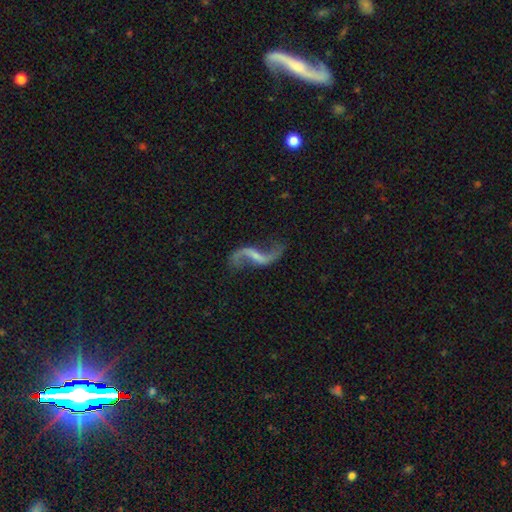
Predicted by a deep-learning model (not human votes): Morphology: type=featured or disk (90%); edge-on=no (96%); bar=weak (42%); spiral arms=yes (96%); winding=loose (93%); arm count=2 (93%); bulge=small (47%); merging=none (73%).